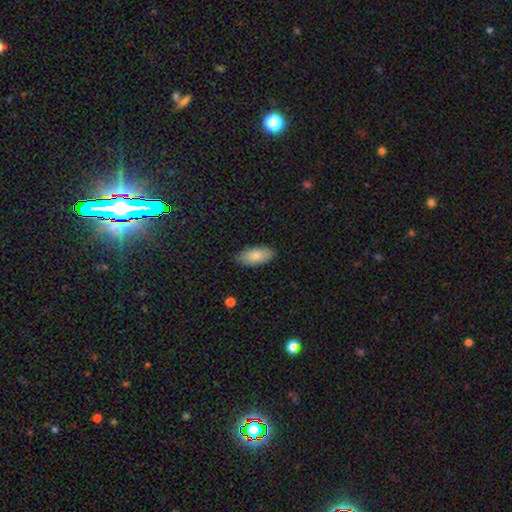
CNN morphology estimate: type=smooth (84%); roundness=in between (91%); merging=none (87%).